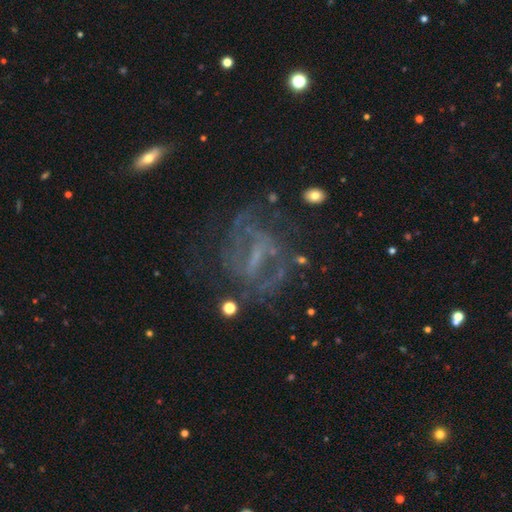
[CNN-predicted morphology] The model was most divided on "bar": weak: 40%, strong: 38%, no: 22%. Remaining: edge-on disk — no (95%); smooth or featured — featured or disk (76%); spiral arms — yes (74%); merging — none (57%); bulge size — none (49%); spiral arm count — 2 (48%); spiral winding — medium (44%).